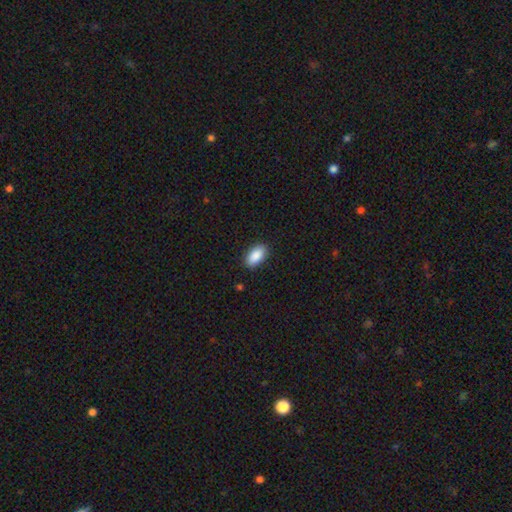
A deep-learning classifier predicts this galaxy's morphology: Smooth or featured?
  - smooth: 89% *
  - star or artifact: 7%
  - featured or disk: 4%
How rounded?
  - in between: 93% *
  - cigar-shaped: 4%
  - round: 3%
Merging?
  - none: 89% *
  - minor disturbance: 8%
  - major disturbance: 2%
  - merger: 1%